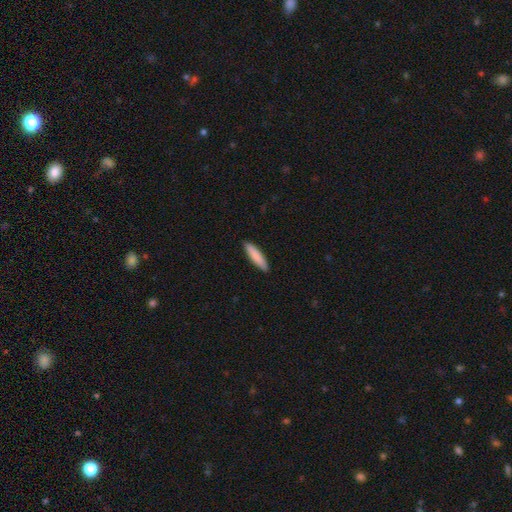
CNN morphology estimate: Overall: smooth (86%). How rounded: cigar-shaped (80%). Merging: none (90%).